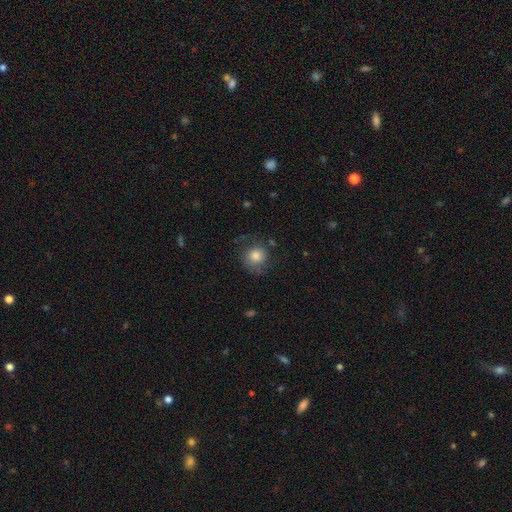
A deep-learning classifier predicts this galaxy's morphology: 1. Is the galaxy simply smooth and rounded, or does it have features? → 80% smooth, 11% featured or disk, 9% star or artifact.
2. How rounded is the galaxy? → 87% round, 12% in between, 1% cigar-shaped.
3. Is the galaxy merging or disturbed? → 66% none, 21% minor disturbance, 10% major disturbance, 2% merger.